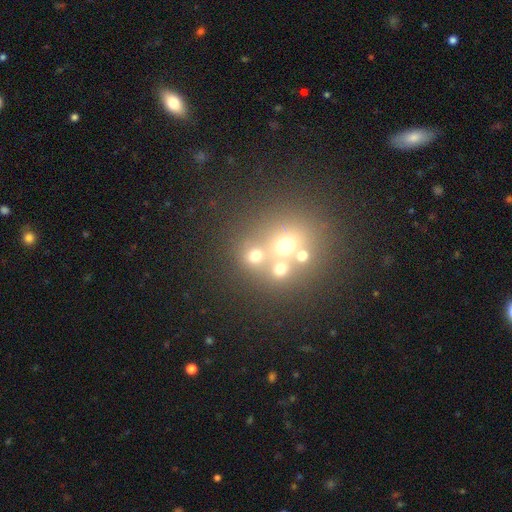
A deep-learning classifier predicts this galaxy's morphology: Q: Smooth or featured?
A: smooth (63%); runner-up: star or artifact (23%)
Q: How rounded?
A: round (82%); runner-up: in between (17%)
Q: Merging?
A: none (51%); runner-up: merger (36%)